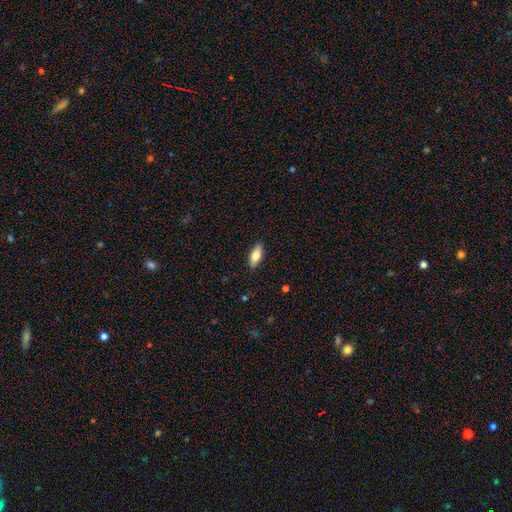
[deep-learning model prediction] Smooth or featured?
  - smooth: 76% *
  - featured or disk: 18%
  - star or artifact: 6%
How rounded?
  - in between: 78% *
  - cigar-shaped: 20%
  - round: 2%
Merging?
  - none: 89% *
  - minor disturbance: 8%
  - major disturbance: 2%
  - merger: 1%